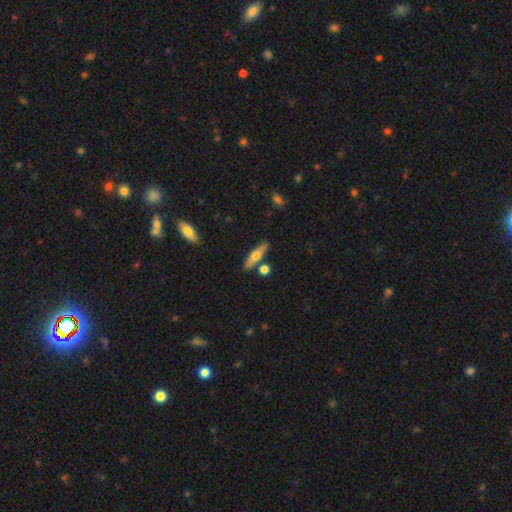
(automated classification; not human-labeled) Smooth or featured?
  - smooth: 50% *
  - featured or disk: 44%
  - star or artifact: 6%
Merging?
  - none: 81% *
  - minor disturbance: 9%
  - merger: 8%
  - major disturbance: 2%